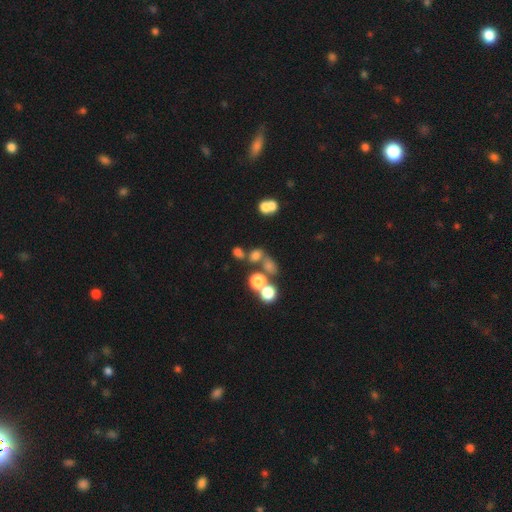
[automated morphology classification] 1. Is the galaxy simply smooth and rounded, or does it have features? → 66% smooth, 20% star or artifact, 14% featured or disk.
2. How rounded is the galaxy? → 54% round, 43% in between, 3% cigar-shaped.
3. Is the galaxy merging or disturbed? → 44% none, 37% merger, 11% minor disturbance, 8% major disturbance.